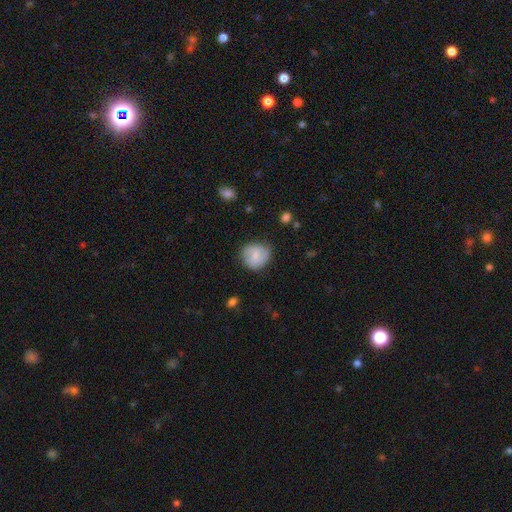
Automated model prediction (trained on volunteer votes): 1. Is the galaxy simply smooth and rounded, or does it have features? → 73% smooth, 19% featured or disk, 7% star or artifact.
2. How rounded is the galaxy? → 83% round, 17% in between, 1% cigar-shaped.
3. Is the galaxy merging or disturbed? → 70% none, 23% minor disturbance, 6% major disturbance, 2% merger.